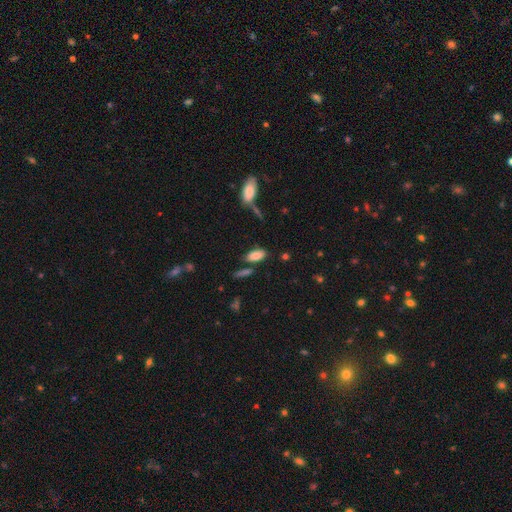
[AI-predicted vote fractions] Smooth or featured?
  - smooth: 81% *
  - featured or disk: 10%
  - star or artifact: 8%
How rounded?
  - in between: 88% *
  - cigar-shaped: 10%
  - round: 2%
Merging?
  - none: 72% *
  - minor disturbance: 15%
  - merger: 9%
  - major disturbance: 4%